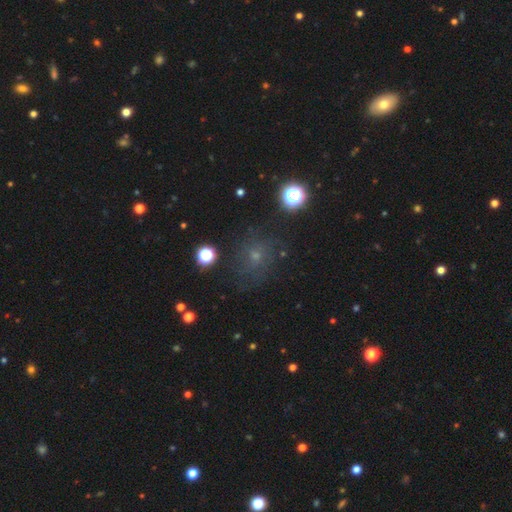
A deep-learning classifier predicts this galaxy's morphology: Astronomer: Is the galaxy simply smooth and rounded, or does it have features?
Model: smooth — 43% (runner-up: star or artifact, 38%).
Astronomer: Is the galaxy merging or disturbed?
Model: none — 76%.